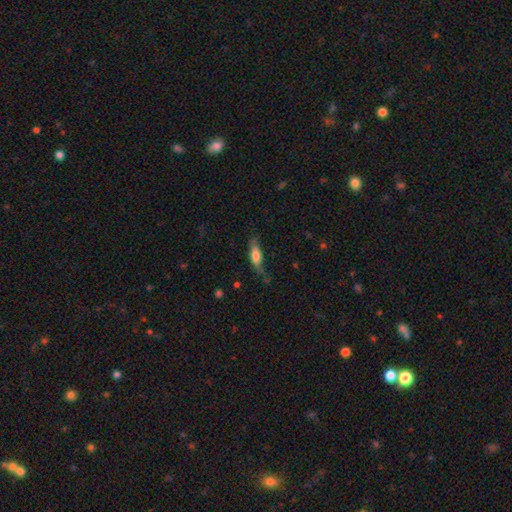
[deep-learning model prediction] Smooth or featured? Predicted: smooth (p=0.66). How rounded? Predicted: cigar-shaped (p=0.50). Merging? Predicted: none (p=0.63).